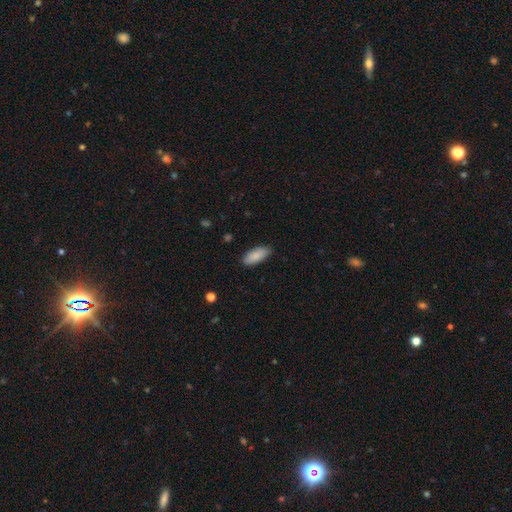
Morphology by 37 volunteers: A smooth galaxy with no disk features (89%) that is in between round and cigar-shaped (76%).

Vote fractions:
- Smooth or featured? smooth: 89% / featured or disk: 5% / star or artifact: 5%
- How rounded? in between: 76% / cigar-shaped: 24% / round: 0%
- Merging? none: 97% / merger: 3% / minor disturbance: 0% / major disturbance: 0%